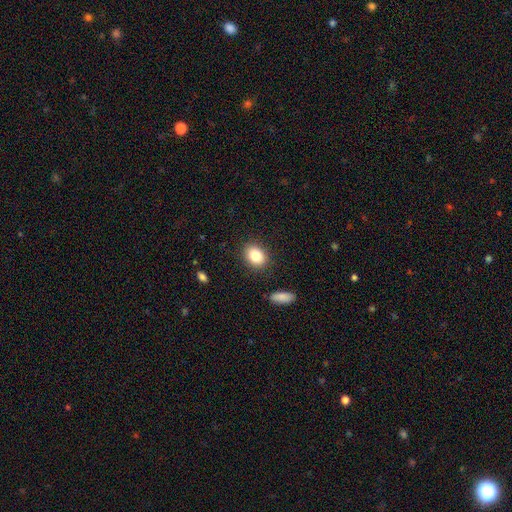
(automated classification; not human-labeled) Smooth or featured?
  - smooth: 82% *
  - star or artifact: 9%
  - featured or disk: 9%
How rounded?
  - in between: 59% *
  - round: 40%
  - cigar-shaped: 1%
Merging?
  - none: 87% *
  - minor disturbance: 9%
  - major disturbance: 2%
  - merger: 2%